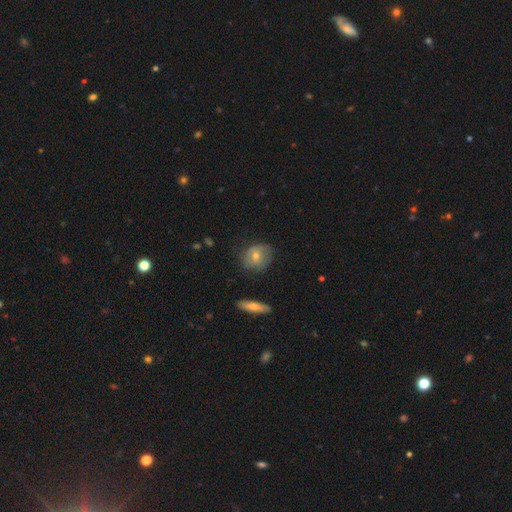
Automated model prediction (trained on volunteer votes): Smooth or featured? smooth (55%)
How rounded? round (59%)
Merging? none (62%)